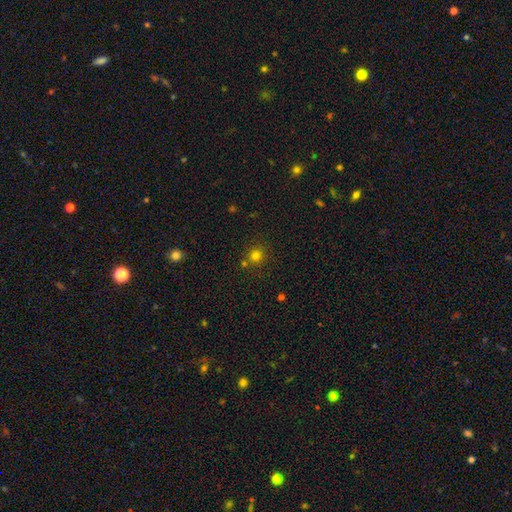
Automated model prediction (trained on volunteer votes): A smooth galaxy with no disk features (76%) that is round (92%). Merging: none (78%).